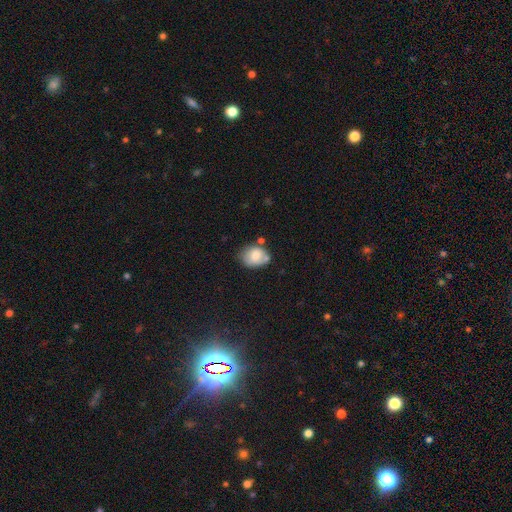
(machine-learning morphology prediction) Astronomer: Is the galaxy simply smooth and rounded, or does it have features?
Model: smooth — 73%.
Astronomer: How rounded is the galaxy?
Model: in between — 58% (runner-up: round, 41%).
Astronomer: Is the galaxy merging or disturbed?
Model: none — 53%.